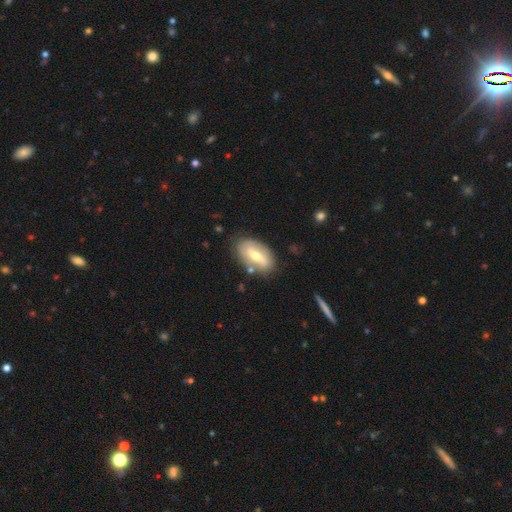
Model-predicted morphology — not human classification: A featured or disk galaxy (50%). Merging: none (78%).